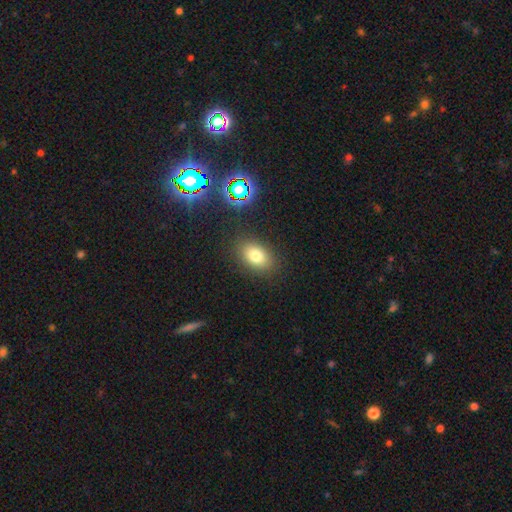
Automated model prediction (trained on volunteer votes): Morphology: type=smooth (76%); roundness=in between (80%); merging=none (86%).